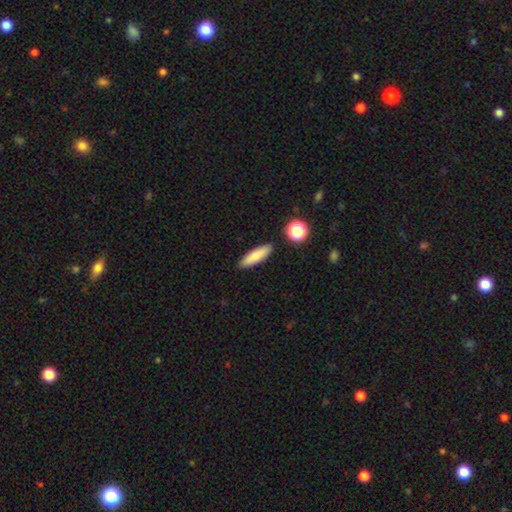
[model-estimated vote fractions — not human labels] smooth 81%, featured or disk 12%, star or artifact 7%. Down the decision tree: how rounded — cigar-shaped (54%); merging — none (88%).